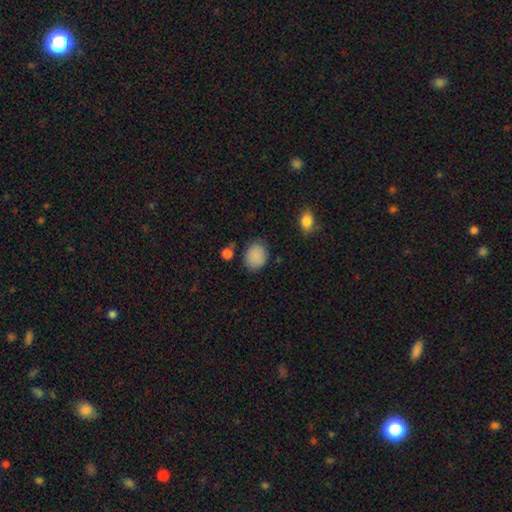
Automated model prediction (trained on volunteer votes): Smooth or featured? smooth (88%)
How rounded? in between (54%)
Merging? none (78%)